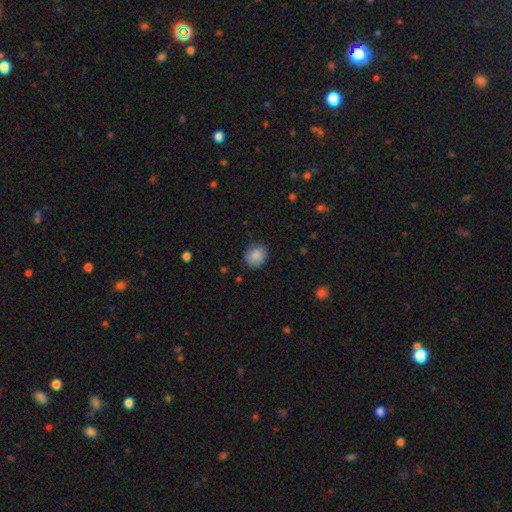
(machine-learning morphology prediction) Smooth or featured? smooth (88%)
How rounded? round (67%)
Merging? none (78%)